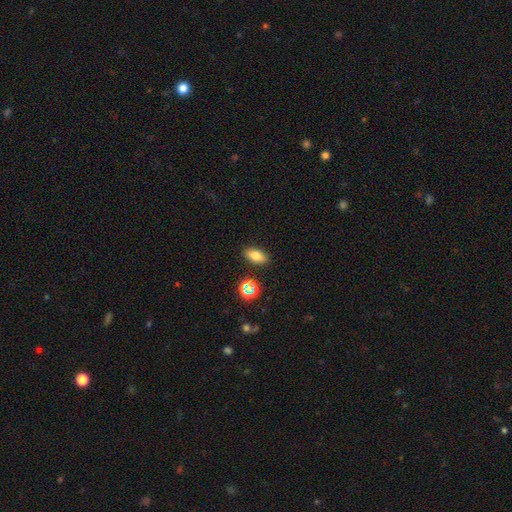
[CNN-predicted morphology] Smooth or featured? Predicted: smooth (p=0.78). How rounded? Predicted: in between (p=0.85). Merging? Predicted: none (p=0.87).